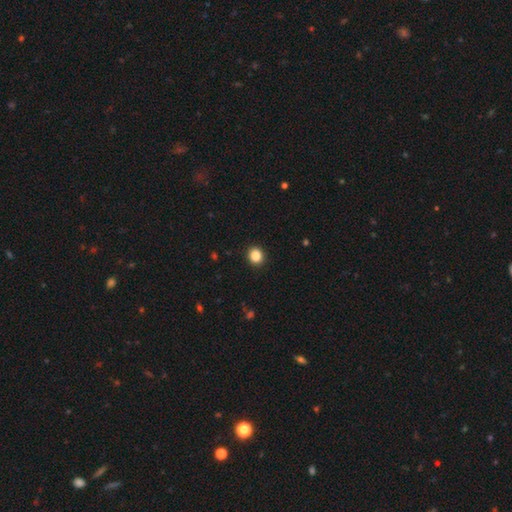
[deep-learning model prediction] Q: Smooth or featured?
A: smooth (85%); runner-up: star or artifact (11%)
Q: How rounded?
A: round (84%); runner-up: in between (15%)
Q: Merging?
A: none (92%); runner-up: minor disturbance (5%)